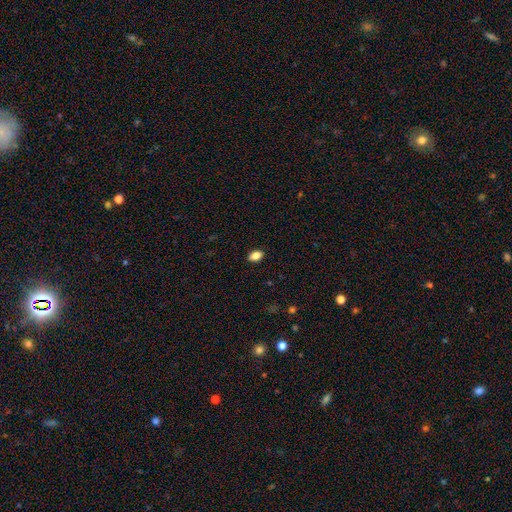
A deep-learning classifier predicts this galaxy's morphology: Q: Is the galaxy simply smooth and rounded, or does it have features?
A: smooth — 84%.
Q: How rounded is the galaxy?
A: in between — 89%.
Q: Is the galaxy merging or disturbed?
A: none — 88%.